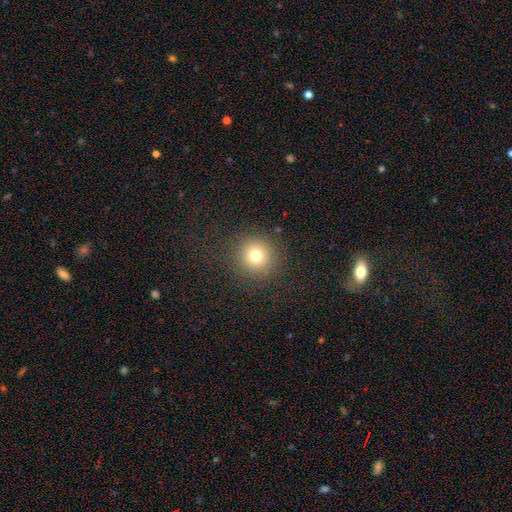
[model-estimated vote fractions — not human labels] smooth 75%, star or artifact 16%, featured or disk 10%. Down the decision tree: how rounded — round (94%); merging — none (89%).